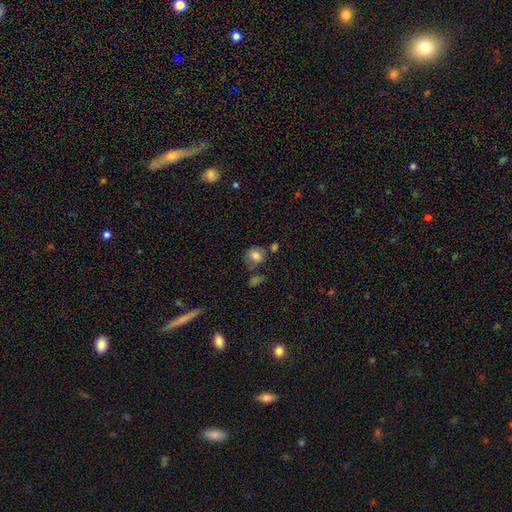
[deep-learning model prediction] A smooth galaxy with no disk features (77%) that is round (70%).

Vote fractions:
- Smooth or featured? smooth: 77% / featured or disk: 14% / star or artifact: 10%
- How rounded? round: 70% / in between: 29% / cigar-shaped: 1%
- Merging? none: 60% / minor disturbance: 19% / merger: 14% / major disturbance: 7%